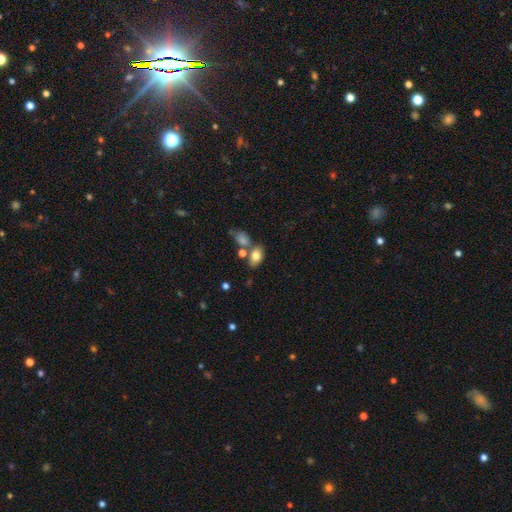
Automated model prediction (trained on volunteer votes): Q: Smooth or featured?
A: smooth (79%); runner-up: featured or disk (13%)
Q: How rounded?
A: in between (87%); runner-up: round (11%)
Q: Merging?
A: none (55%); runner-up: merger (26%)